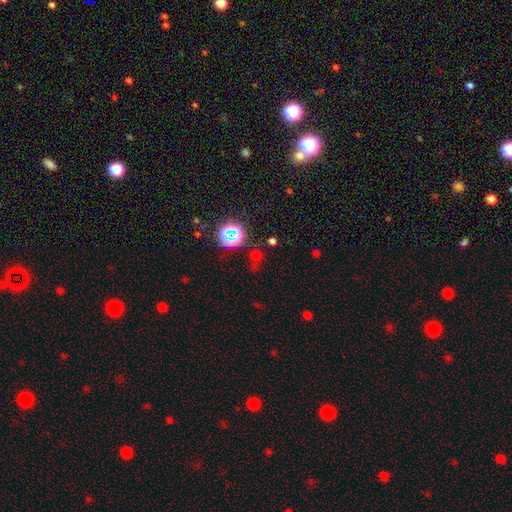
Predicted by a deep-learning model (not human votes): Smooth or featured? Predicted: smooth (p=0.46, tied with star or artifact). Merging? Predicted: none (p=0.68).